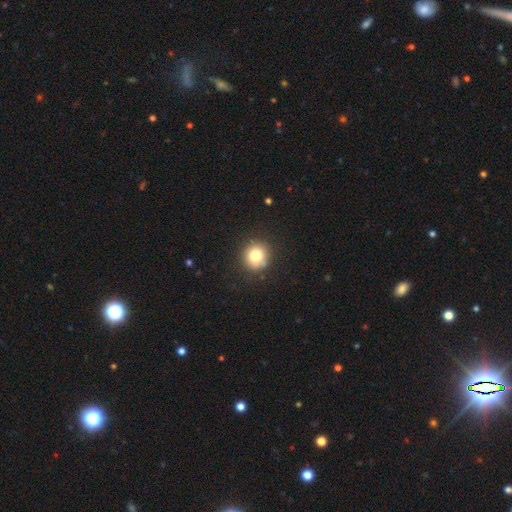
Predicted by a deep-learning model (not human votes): This appears to be a smooth galaxy with no disk features (78%) that is round (91%). Merging: none (86%).